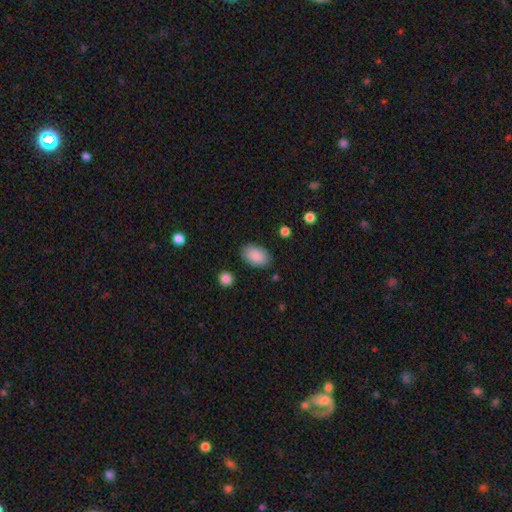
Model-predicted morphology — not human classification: smooth-or-featured: smooth: 89% | star or artifact: 7% | featured or disk: 4%
  how-rounded: in between: 91% | round: 8% | cigar-shaped: 1%
  merging: none: 86% | minor disturbance: 10% | major disturbance: 3% | merger: 2%